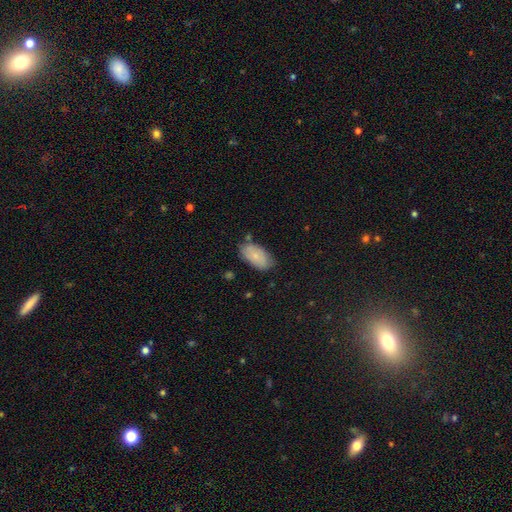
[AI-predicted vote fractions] Morphology: type=smooth (77%); roundness=in between (94%); merging=none (73%).